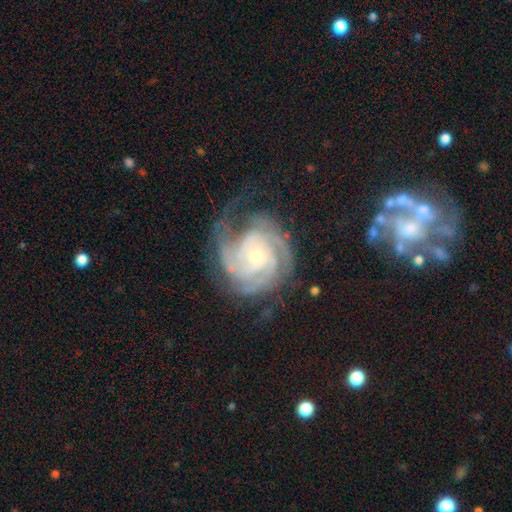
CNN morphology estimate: smooth-or-featured: featured or disk: 91% | star or artifact: 5% | smooth: 4%
  disk-edge-on: no: 98% | yes: 2%
    bar: no: 73% | weak: 20% | strong: 7%
    has-spiral-arms: yes: 98% | no: 2%
      spiral-winding: tight: 71% | medium: 25% | loose: 4%
      spiral-arm-count: 3: 34% | 4: 22% | 2: 17% | can't tell: 15% | more than 4: 6% | 1: 6%
    bulge-size: small: 61% | moderate: 36% | large: 2% | none: 1% | dominant: 1%
  merging: none: 65% | minor disturbance: 21% | major disturbance: 13% | merger: 2%